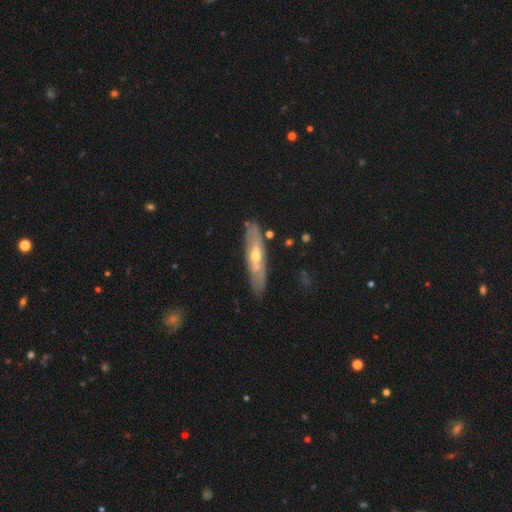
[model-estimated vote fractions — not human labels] Overall: featured or disk (68%). Edge-on disk: yes (58%; no 42%). Merging: none (82%).